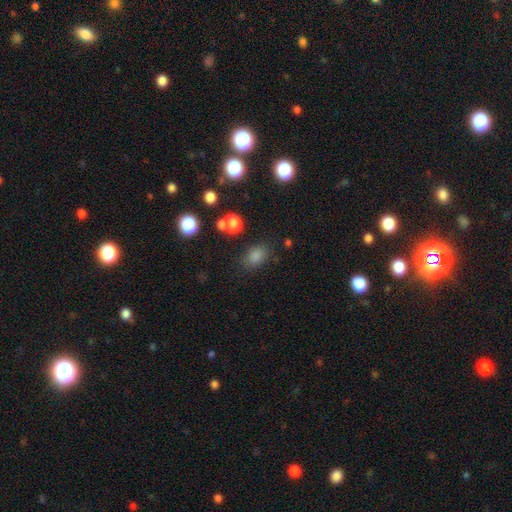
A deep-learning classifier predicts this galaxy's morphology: Smooth or featured: smooth — 77% (star or artifact — 18%)
How rounded: in between — 70% (round — 28%)
Merging: none — 81% (minor disturbance — 11%)